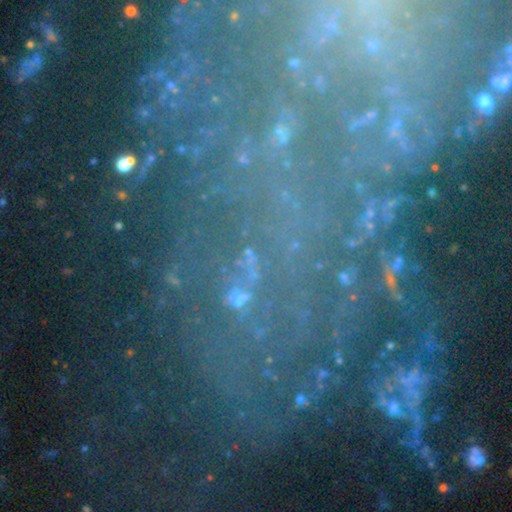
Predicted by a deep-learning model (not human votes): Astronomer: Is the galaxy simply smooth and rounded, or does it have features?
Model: star or artifact — 57%.